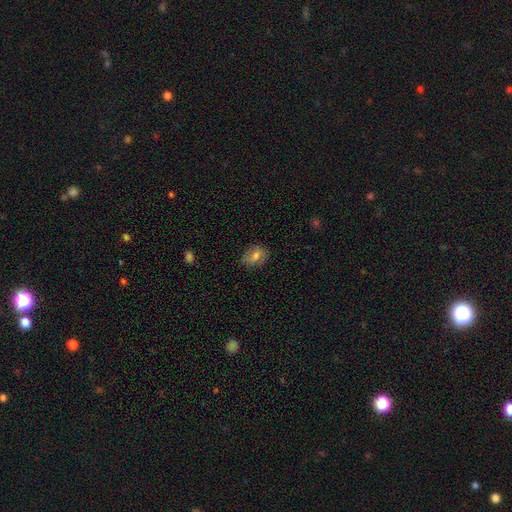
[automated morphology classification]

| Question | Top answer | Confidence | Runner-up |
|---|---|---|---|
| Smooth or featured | smooth | 67% | featured or disk (22%) |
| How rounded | in between | 69% | round (29%) |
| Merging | none | 77% | minor disturbance (18%) |